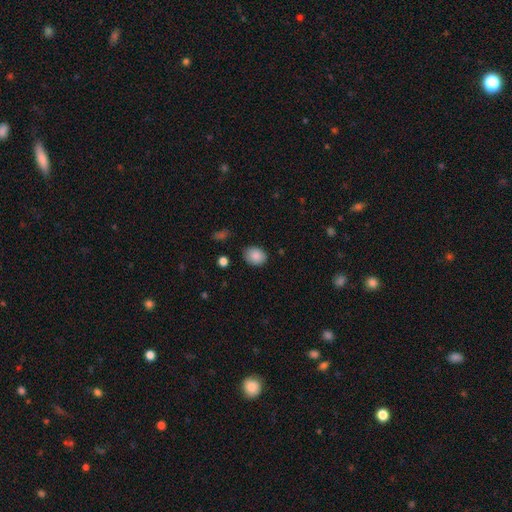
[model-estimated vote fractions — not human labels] Smooth or featured: smooth — 88% (star or artifact — 8%)
How rounded: in between — 61% (round — 38%)
Merging: none — 82% (minor disturbance — 13%)